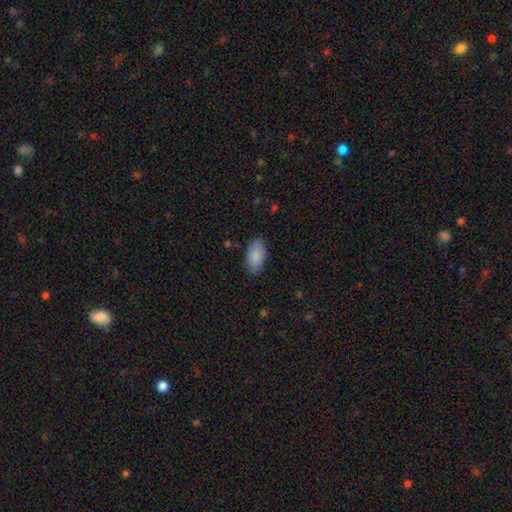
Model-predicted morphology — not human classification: smooth_or_featured: smooth (p=0.89) [alt: star or artifact p=0.06]
how_rounded: in between (p=0.94) [alt: cigar-shaped p=0.03]
merging: none (p=0.85) [alt: minor disturbance p=0.12]